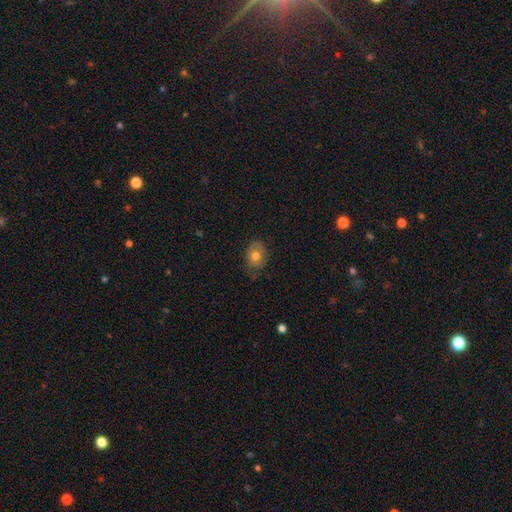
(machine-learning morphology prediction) Smooth or featured? smooth (67%)
How rounded? in between (59%)
Merging? none (71%)